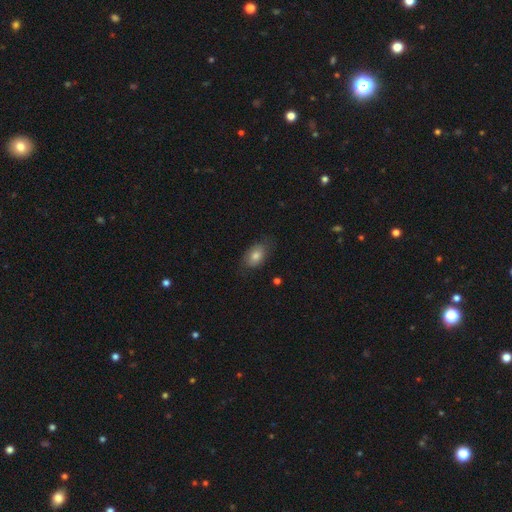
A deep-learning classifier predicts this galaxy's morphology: Smooth or featured: smooth — 76% (featured or disk — 15%)
How rounded: in between — 86% (round — 12%)
Merging: none — 73% (minor disturbance — 21%)